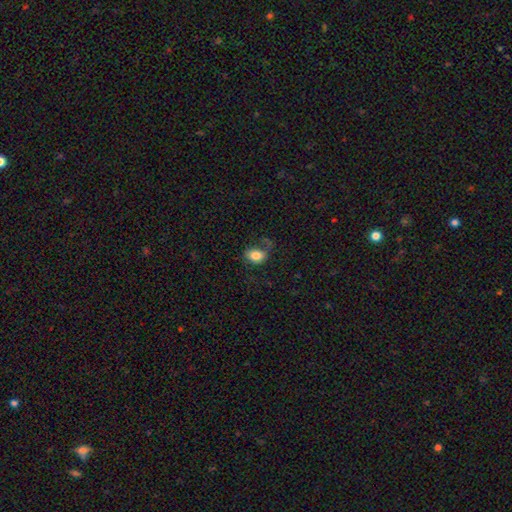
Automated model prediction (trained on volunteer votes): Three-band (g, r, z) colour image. It shows a smooth galaxy with no disk features (78%) that is in between round and cigar-shaped (74%). Merging: none (51%).